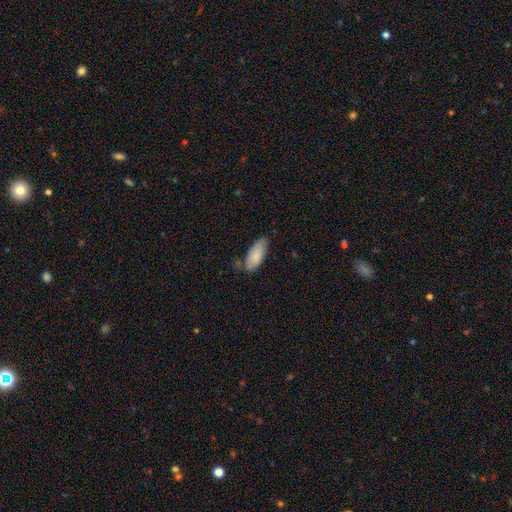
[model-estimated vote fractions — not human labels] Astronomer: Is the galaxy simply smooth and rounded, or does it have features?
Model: smooth — 83%.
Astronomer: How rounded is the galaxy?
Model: in between — 82%.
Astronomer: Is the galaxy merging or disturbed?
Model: none — 65%.